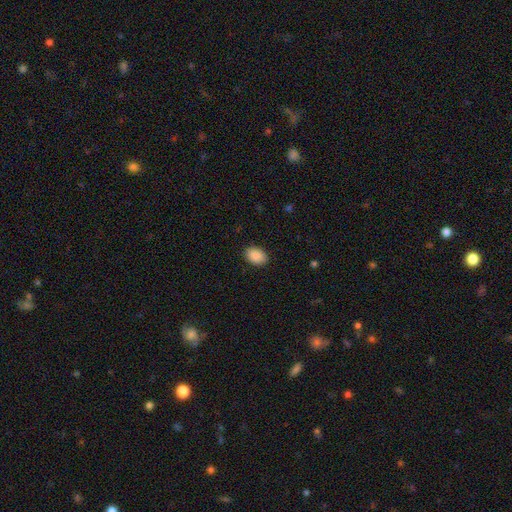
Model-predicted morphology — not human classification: Overall: smooth (90%). How rounded: in between (79%). Merging: none (89%).